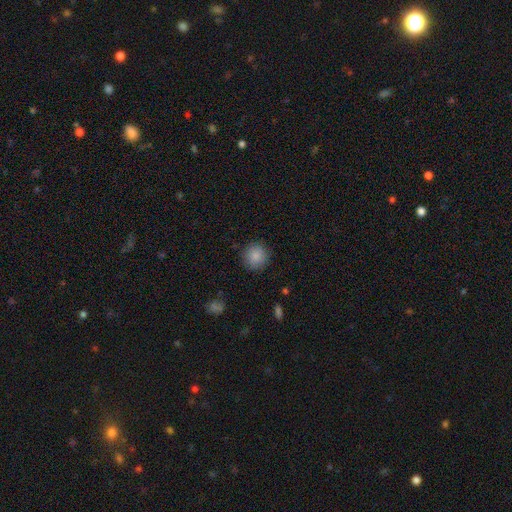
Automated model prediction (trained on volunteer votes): Smooth or featured? smooth (87%)
How rounded? round (93%)
Merging? none (88%)